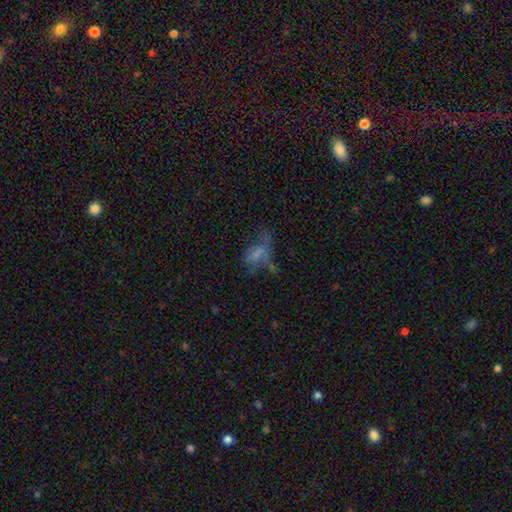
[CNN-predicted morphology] The model was most divided on "merging": major disturbance: 35%, none: 33%, minor disturbance: 21%, merger: 11%. Remaining: smooth or featured — smooth (42%).